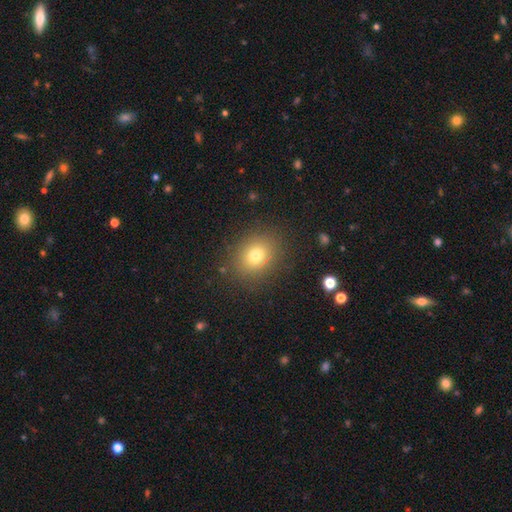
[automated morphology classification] This is likely a smooth galaxy (74%). How rounded: likely round (64%). Merging: clearly none (86%).